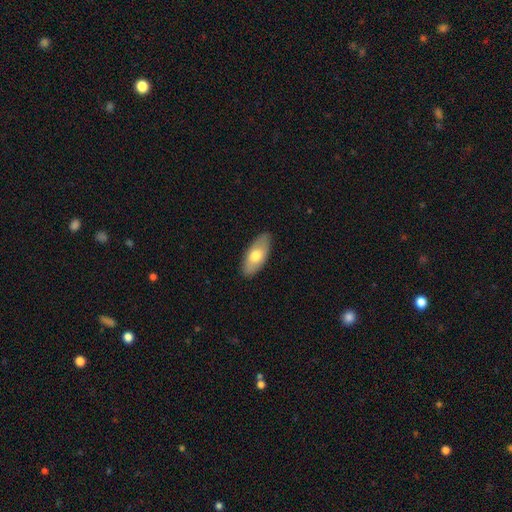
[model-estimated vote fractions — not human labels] Smooth or featured? smooth (66%)
How rounded? in between (89%)
Merging? none (85%)